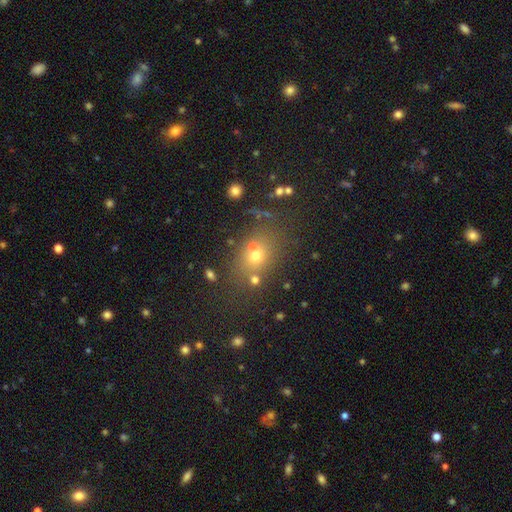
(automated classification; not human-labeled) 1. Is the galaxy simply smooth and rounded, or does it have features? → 60% smooth, 23% star or artifact, 17% featured or disk.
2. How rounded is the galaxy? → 52% round, 47% in between, 2% cigar-shaped.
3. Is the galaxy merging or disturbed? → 62% none, 19% merger, 13% minor disturbance, 6% major disturbance.